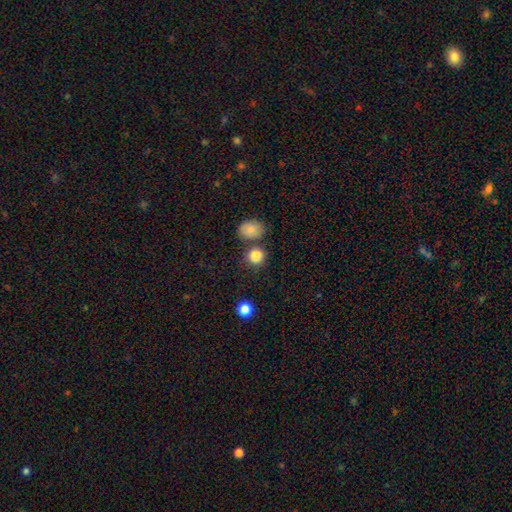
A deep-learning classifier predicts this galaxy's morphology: This appears to be a smooth galaxy with no disk features (84%) that is round (86%). Merging: none (73%).